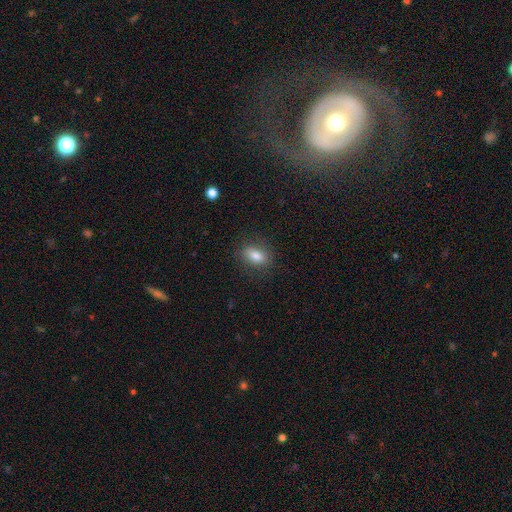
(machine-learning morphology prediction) Smooth or featured? smooth (83%)
How rounded? in between (84%)
Merging? none (84%)